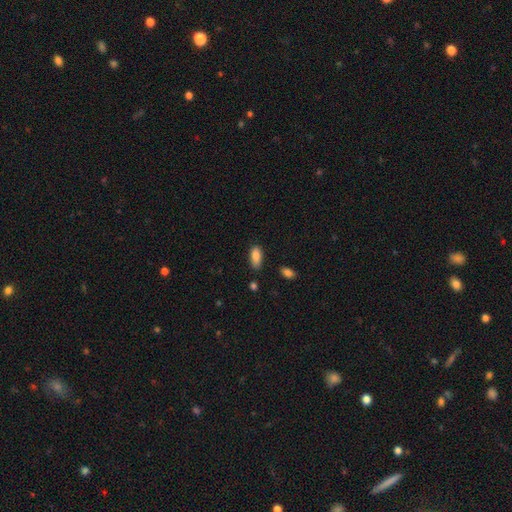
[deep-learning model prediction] This appears to be a smooth galaxy with no disk features (86%) that is in between round and cigar-shaped (86%). Merging: none (73%).